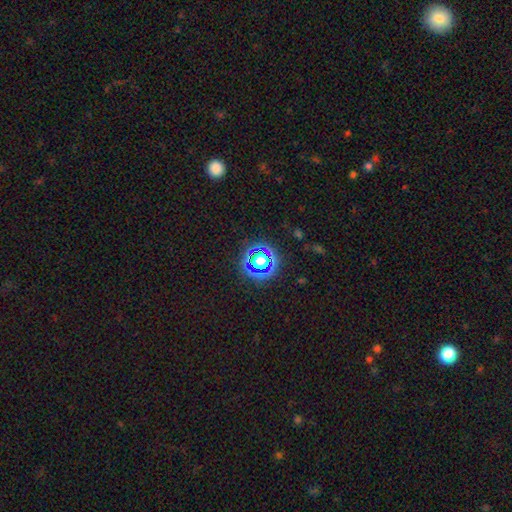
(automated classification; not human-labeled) Smooth or featured? Predicted: star or artifact (p=0.76).